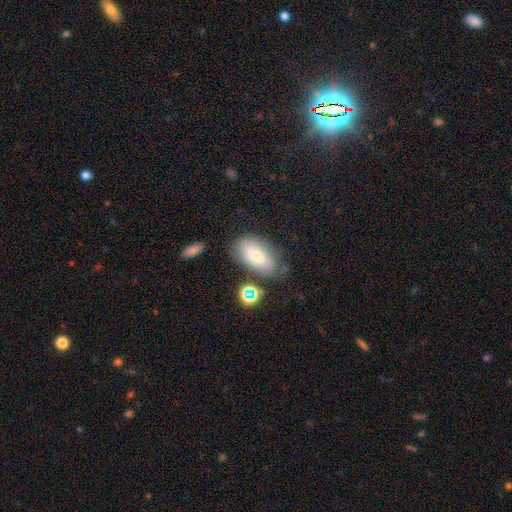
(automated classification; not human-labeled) Smooth or featured? smooth (69%)
How rounded? in between (91%)
Merging? none (64%)